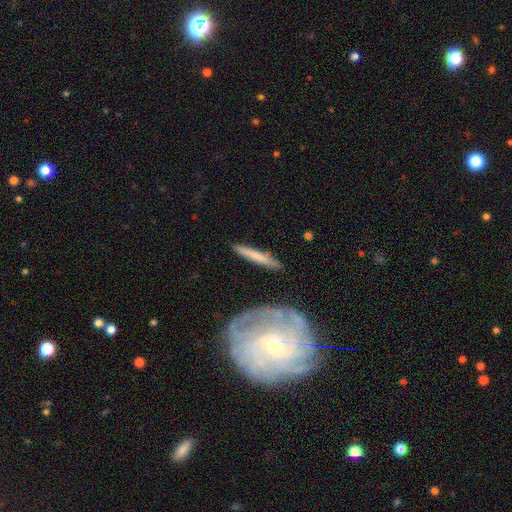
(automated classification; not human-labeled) smooth_or_featured: smooth (p=0.61) [alt: featured or disk p=0.34]
how_rounded: cigar-shaped (p=0.94) [alt: in between p=0.05]
merging: none (p=0.85) [alt: minor disturbance p=0.10]